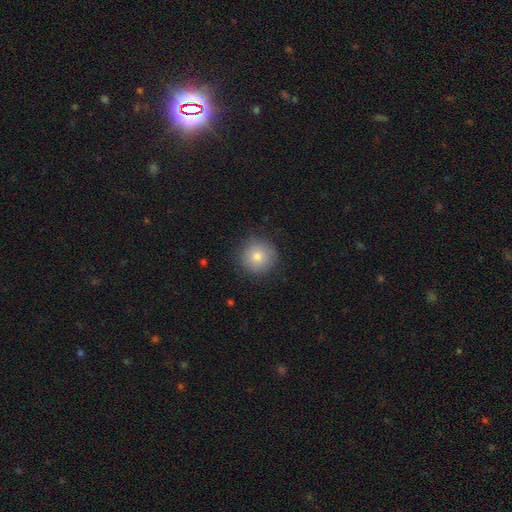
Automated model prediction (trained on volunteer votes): Smooth or featured: smooth — 79% (star or artifact — 11%)
How rounded: round — 95% (in between — 4%)
Merging: none — 89% (minor disturbance — 8%)